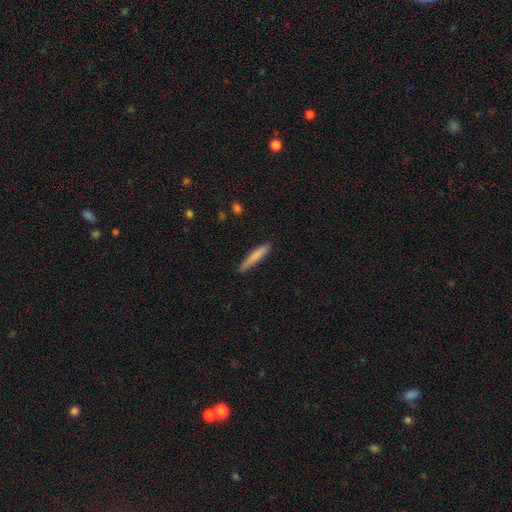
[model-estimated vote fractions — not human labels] Smooth or featured?
  - smooth: 78% *
  - featured or disk: 16%
  - star or artifact: 6%
How rounded?
  - cigar-shaped: 93% *
  - in between: 6%
  - round: 1%
Merging?
  - none: 83% *
  - minor disturbance: 13%
  - major disturbance: 2%
  - merger: 1%